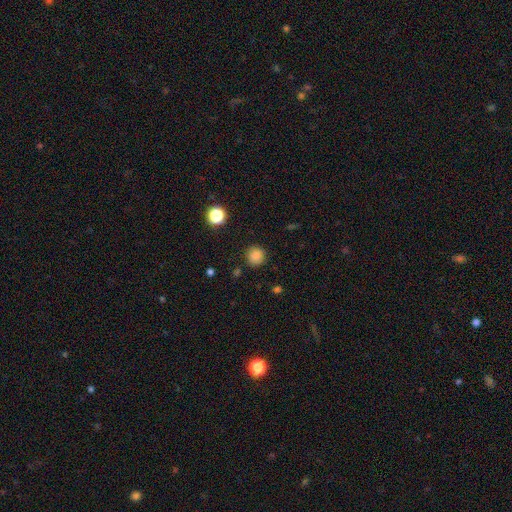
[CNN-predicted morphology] This appears to be a smooth galaxy with no disk features (83%) that is round (93%). Merging: none (87%).